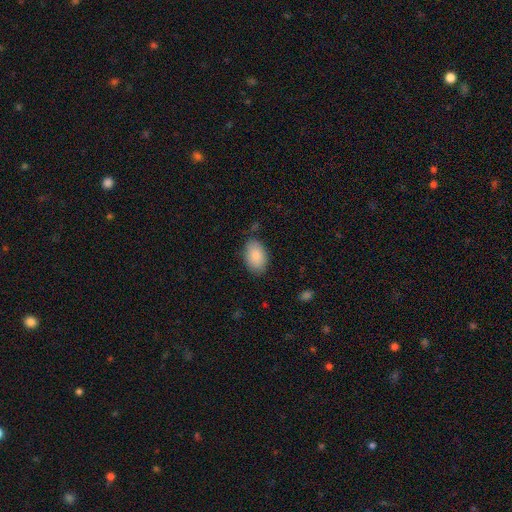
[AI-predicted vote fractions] Smooth or featured?
  - smooth: 88% *
  - star or artifact: 6%
  - featured or disk: 6%
How rounded?
  - in between: 91% *
  - round: 8%
  - cigar-shaped: 1%
Merging?
  - none: 79% *
  - minor disturbance: 16%
  - major disturbance: 3%
  - merger: 2%